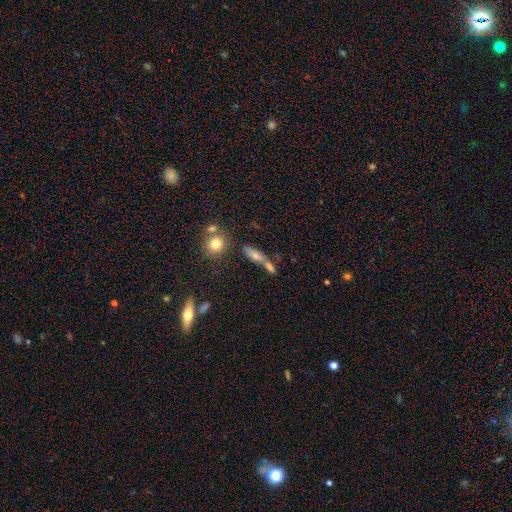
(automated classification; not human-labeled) smooth-or-featured: smooth: 67% | featured or disk: 21% | star or artifact: 12%
  how-rounded: in between: 52% | cigar-shaped: 42% | round: 6%
  merging: none: 42% | merger: 38% | minor disturbance: 13% | major disturbance: 6%